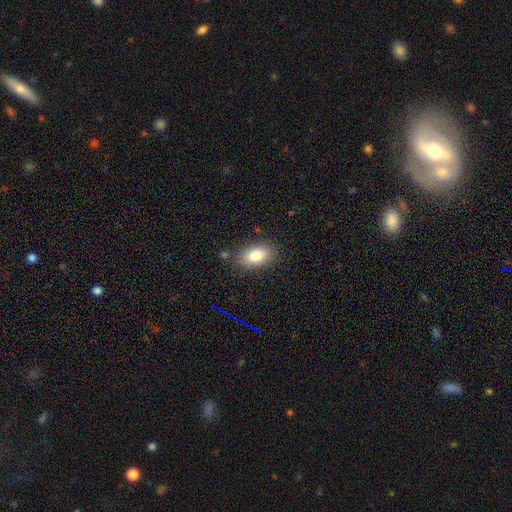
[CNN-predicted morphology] Smooth or featured?
  - smooth: 82% *
  - featured or disk: 10%
  - star or artifact: 8%
How rounded?
  - in between: 90% *
  - round: 8%
  - cigar-shaped: 2%
Merging?
  - none: 82% *
  - minor disturbance: 13%
  - major disturbance: 3%
  - merger: 3%